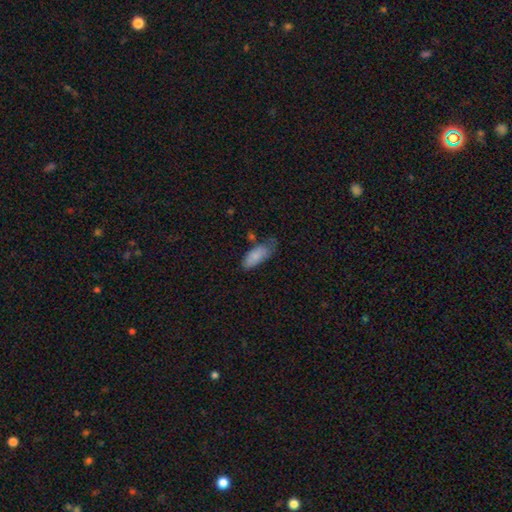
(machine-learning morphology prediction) A smooth galaxy with no disk features (83%) that is in between round and cigar-shaped (81%). Merging: none (44%).